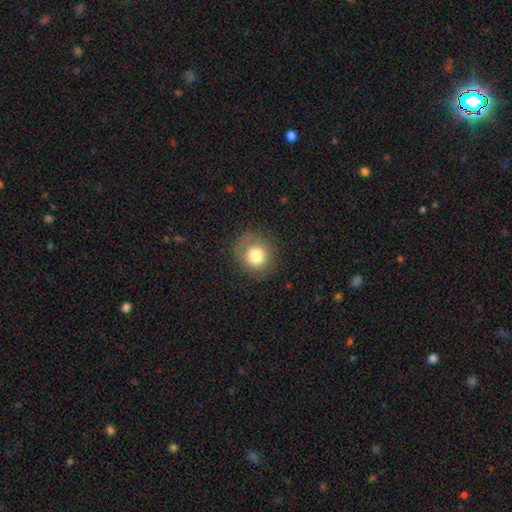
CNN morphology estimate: Smooth or featured? Predicted: smooth (p=0.75). How rounded? Predicted: round (p=0.89). Merging? Predicted: none (p=0.82).